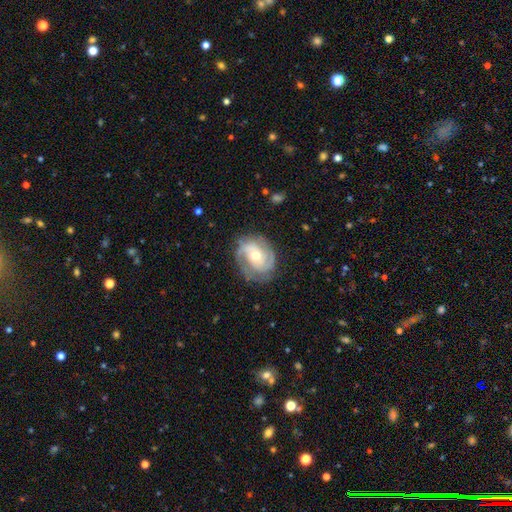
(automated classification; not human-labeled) A featured or disk galaxy (83%) with no bar (61%), 2 (52%) tight (52%) spiral arms (95%) and a moderate central bulge (67%).

Vote fractions:
- Smooth or featured? featured or disk: 83% / smooth: 12% / star or artifact: 5%
- Edge-on disk? no: 97% / yes: 3%
- Bar? no: 61% / weak: 31% / strong: 8%
- Spiral arms? yes: 95% / no: 5%
- Spiral winding? tight: 52% / medium: 38% / loose: 10%
- Spiral arm count? 2: 52% / 3: 20% / can't tell: 16% / 1: 5% / 4: 4% / more than 4: 3%
- Bulge size? moderate: 67% / small: 26% / large: 4% / none: 1% / dominant: 1%
- Merging? none: 74% / minor disturbance: 18% / major disturbance: 7% / merger: 1%